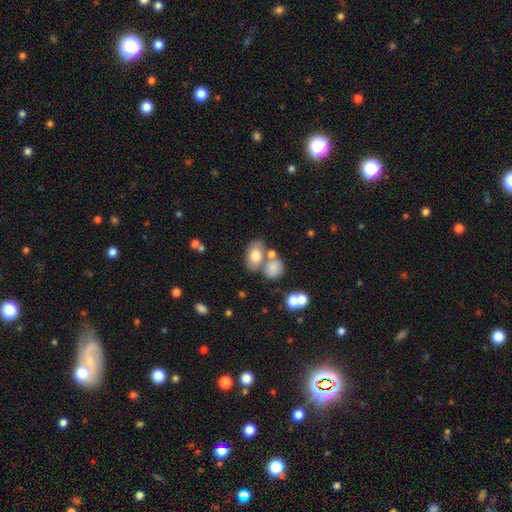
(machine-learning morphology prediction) Overall: smooth (73%). How rounded: in between (83%). Merging: none (53%; merger 30%).